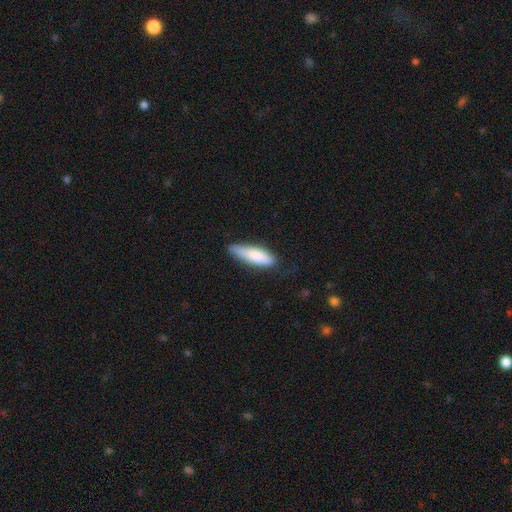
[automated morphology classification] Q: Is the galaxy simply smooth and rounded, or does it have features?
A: smooth — 83%.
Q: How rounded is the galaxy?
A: cigar-shaped — 53%.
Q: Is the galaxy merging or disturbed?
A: none — 65%.